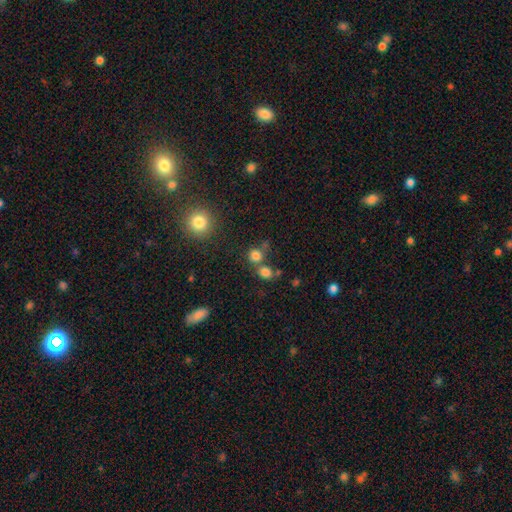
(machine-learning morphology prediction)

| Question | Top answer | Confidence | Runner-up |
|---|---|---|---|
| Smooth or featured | smooth | 79% | star or artifact (15%) |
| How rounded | round | 85% | in between (14%) |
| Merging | none | 59% | merger (28%) |